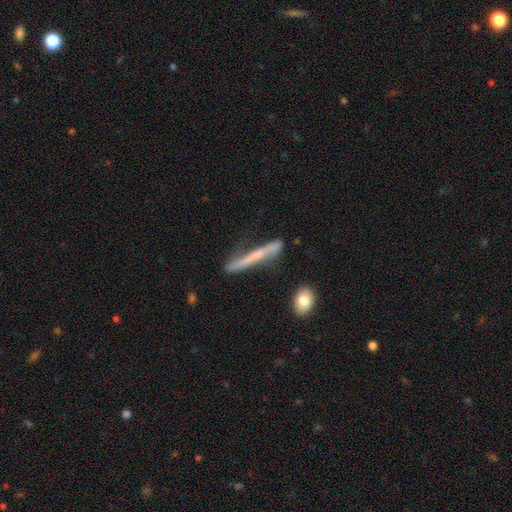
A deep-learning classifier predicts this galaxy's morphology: Smooth or featured? featured or disk (51%)
Edge-on disk? yes (82%)
Merging? none (67%)